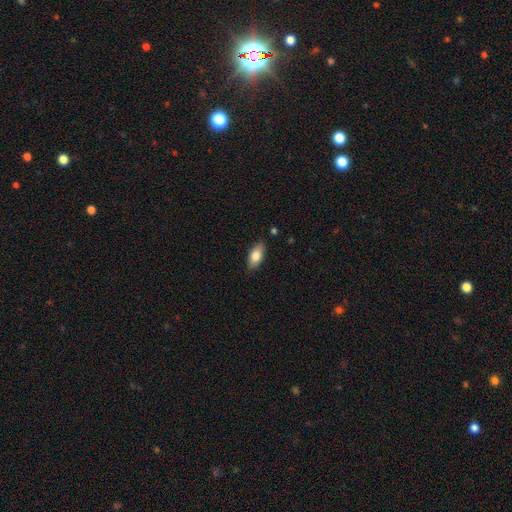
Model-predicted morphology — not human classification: Smooth or featured? Predicted: smooth (p=0.81). How rounded? Predicted: in between (p=0.90). Merging? Predicted: none (p=0.86).